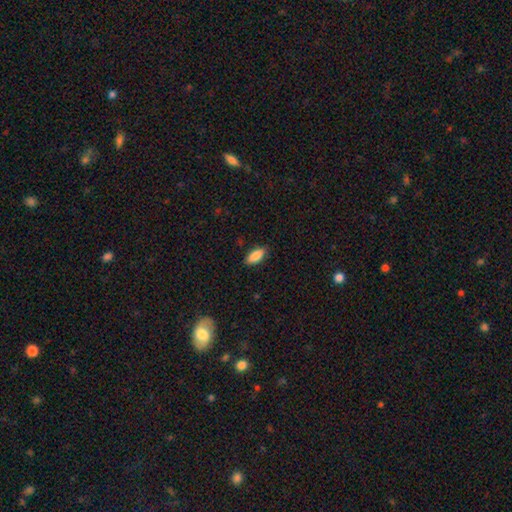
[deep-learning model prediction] smooth-or-featured: smooth: 87% | star or artifact: 7% | featured or disk: 7%
  how-rounded: in between: 84% | cigar-shaped: 14% | round: 2%
  merging: none: 86% | minor disturbance: 11% | major disturbance: 2% | merger: 1%